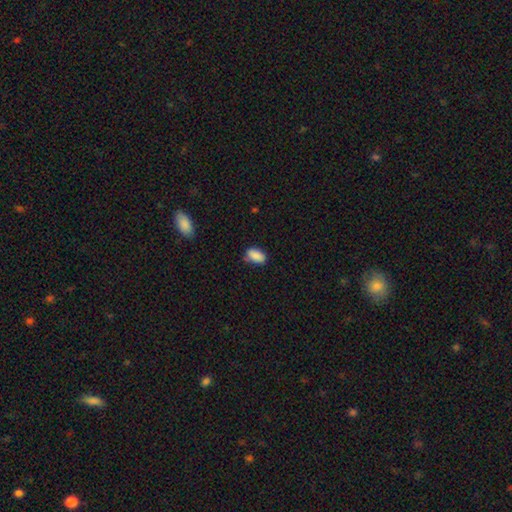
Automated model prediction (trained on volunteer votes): This appears to be a smooth galaxy with no disk features (88%) that is in between round and cigar-shaped (92%). Merging: none (76%).